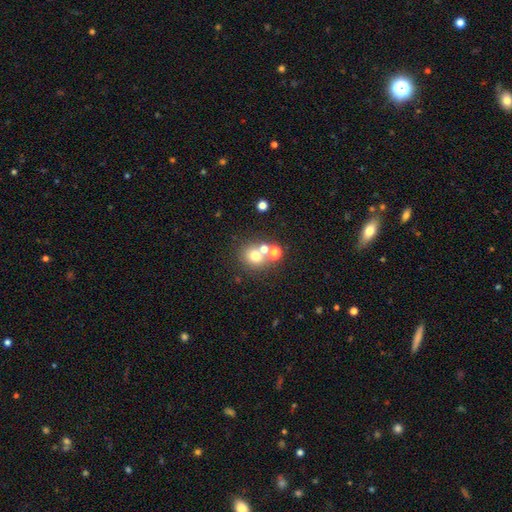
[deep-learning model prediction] smooth-or-featured: smooth: 67% | star or artifact: 18% | featured or disk: 14%
  how-rounded: round: 83% | in between: 16% | cigar-shaped: 1%
  merging: none: 56% | merger: 32% | minor disturbance: 8% | major disturbance: 4%